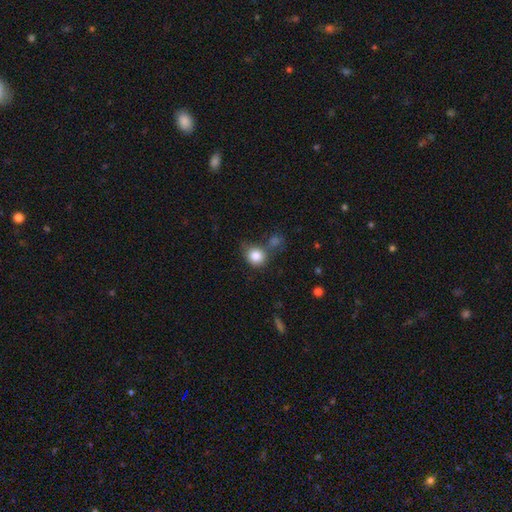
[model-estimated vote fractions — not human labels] Q: Smooth or featured?
A: smooth (84%); runner-up: star or artifact (10%)
Q: How rounded?
A: round (76%); runner-up: in between (23%)
Q: Merging?
A: none (55%); runner-up: minor disturbance (20%)